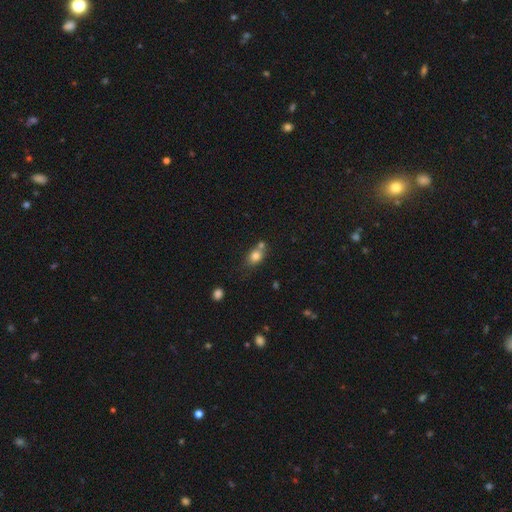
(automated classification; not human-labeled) A smooth galaxy with no disk features (79%) that is in between round and cigar-shaped (63%). Merging: none (49%).